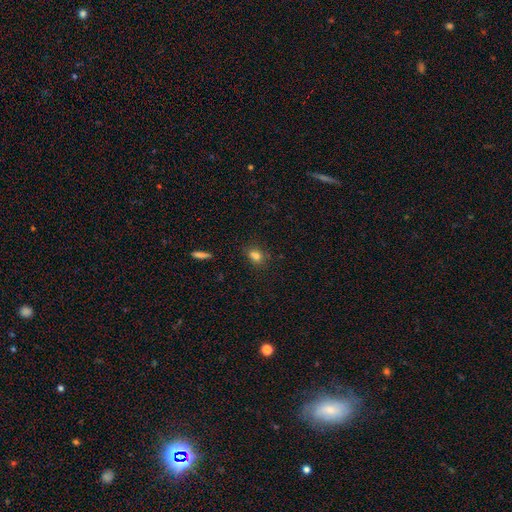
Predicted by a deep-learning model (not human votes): Smooth or featured: smooth — 76% (star or artifact — 15%)
How rounded: in between — 59% (round — 38%)
Merging: none — 66% (minor disturbance — 17%)